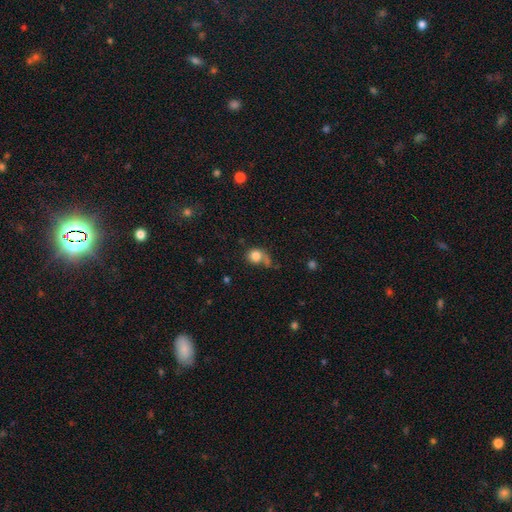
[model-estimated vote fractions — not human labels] This is likely a smooth galaxy (78%). How rounded: likely round (73%). Merging: marginally none (43%).